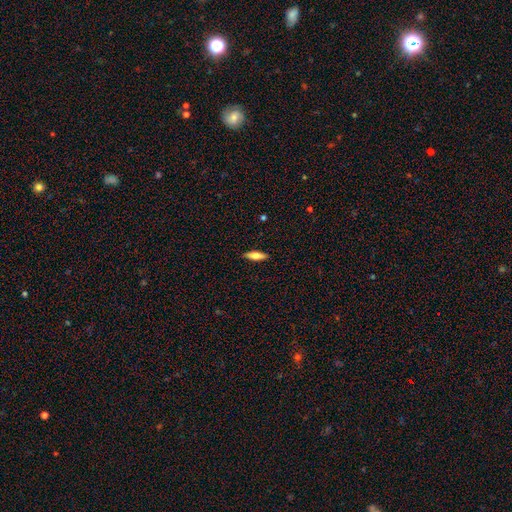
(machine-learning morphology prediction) A smooth galaxy with no disk features (66%) that is cigar-shaped (53%). Merging: none (90%).